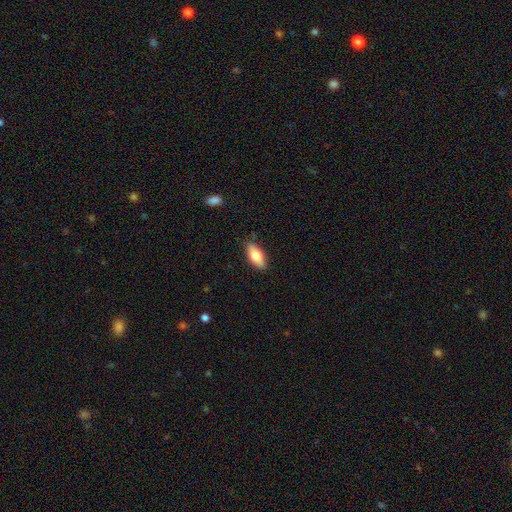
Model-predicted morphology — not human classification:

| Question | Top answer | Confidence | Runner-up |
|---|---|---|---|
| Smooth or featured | smooth | 76% | featured or disk (18%) |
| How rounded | in between | 84% | cigar-shaped (13%) |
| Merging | none | 86% | minor disturbance (11%) |